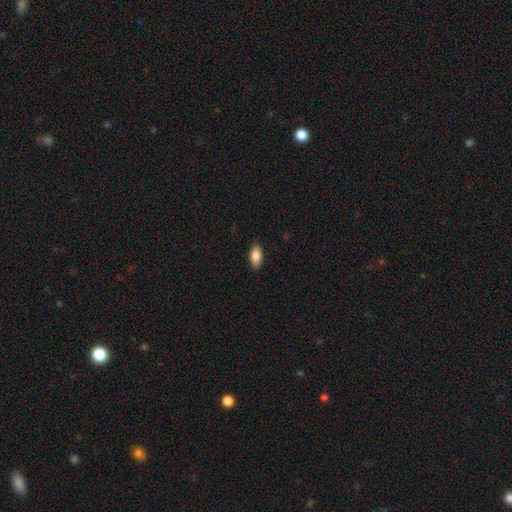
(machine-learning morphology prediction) type=smooth (87%); roundness=in between (92%); merging=none (88%).